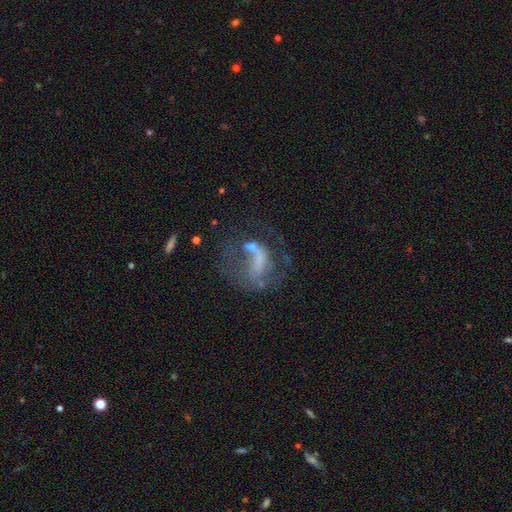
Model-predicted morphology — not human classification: A featured or disk galaxy (61%) with no bar (58%), no spiral arms (53%) and no central bulge (51%). Merging: major disturbance (41%).